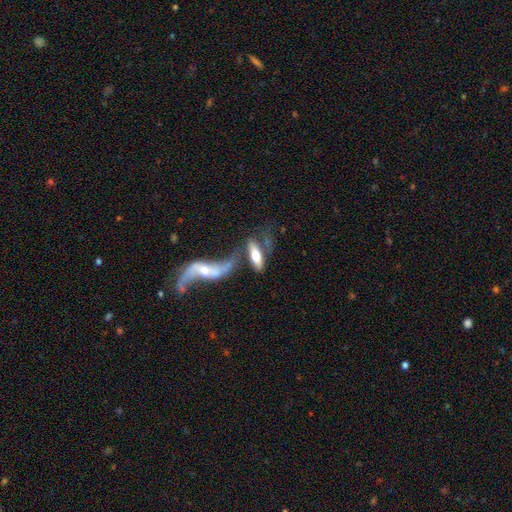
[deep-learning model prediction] Smooth or featured? smooth (49%)
Merging? merger (48%)